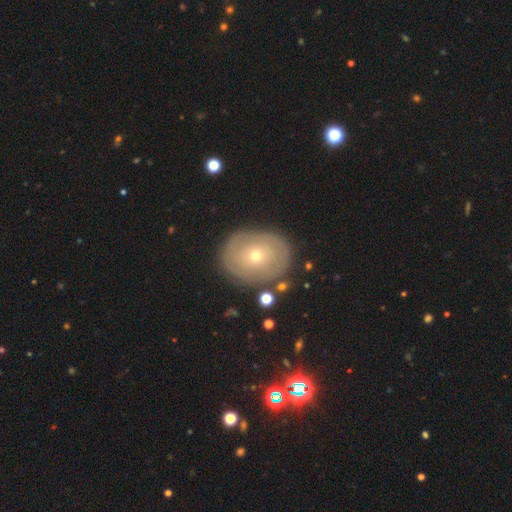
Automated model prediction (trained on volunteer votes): A featured or disk galaxy (47%).

Vote fractions:
- Smooth or featured? featured or disk: 47% / smooth: 42% / star or artifact: 11%
- Merging? none: 83% / minor disturbance: 11% / major disturbance: 4% / merger: 2%